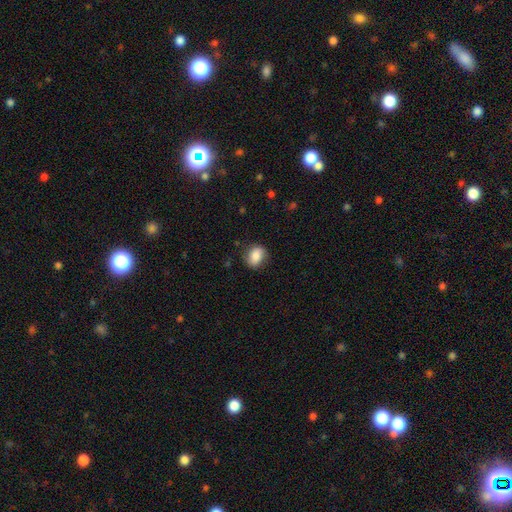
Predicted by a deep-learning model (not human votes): smooth 83%, featured or disk 10%, star or artifact 8%. Down the decision tree: how rounded — in between (53%); merging — none (79%).